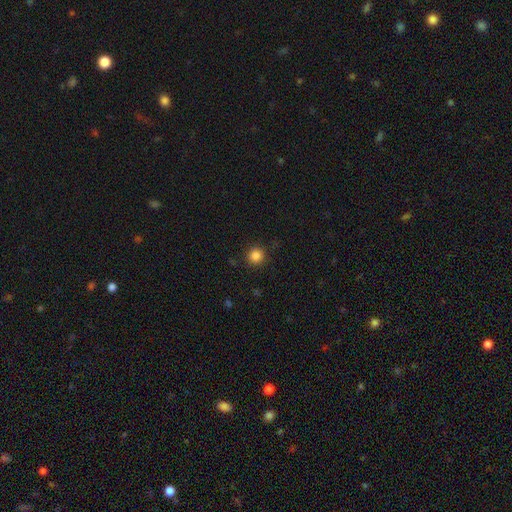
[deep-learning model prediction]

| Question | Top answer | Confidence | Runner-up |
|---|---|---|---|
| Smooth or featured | smooth | 85% | star or artifact (12%) |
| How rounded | round | 94% | in between (5%) |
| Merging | none | 90% | minor disturbance (6%) |